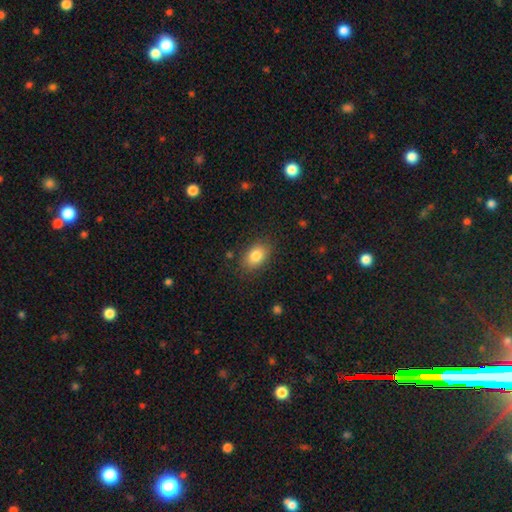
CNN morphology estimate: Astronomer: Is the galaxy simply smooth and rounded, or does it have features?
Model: smooth — 83%.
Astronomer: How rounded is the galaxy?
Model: in between — 83%.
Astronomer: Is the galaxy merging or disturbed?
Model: none — 83%.